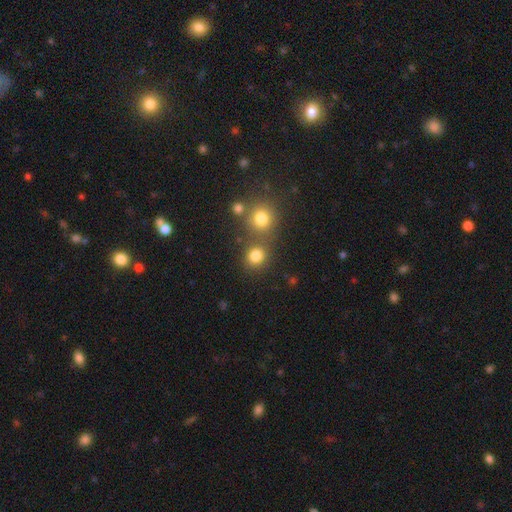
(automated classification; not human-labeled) Smooth or featured?
  - smooth: 80% *
  - star or artifact: 14%
  - featured or disk: 6%
How rounded?
  - round: 83% *
  - in between: 16%
  - cigar-shaped: 1%
Merging?
  - none: 67% *
  - merger: 22%
  - minor disturbance: 7%
  - major disturbance: 3%